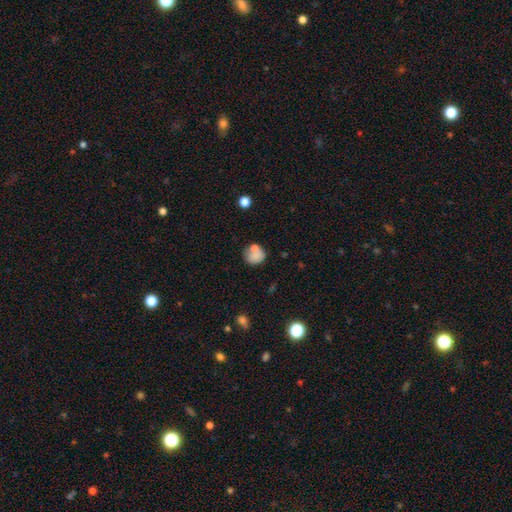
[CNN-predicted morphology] Smooth or featured: smooth — 76% (featured or disk — 14%)
How rounded: round — 78% (in between — 21%)
Merging: none — 56% (merger — 19%)